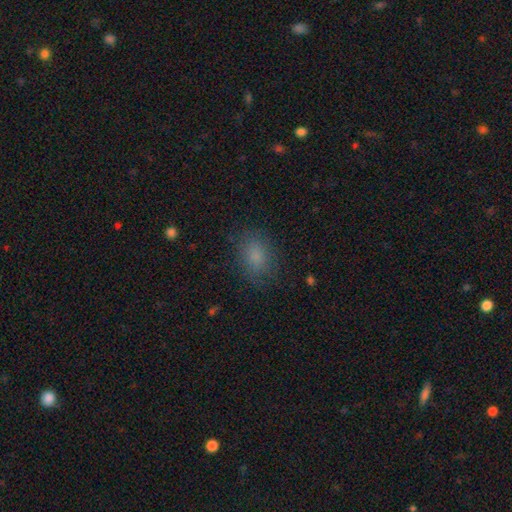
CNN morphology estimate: smooth 81%, star or artifact 12%, featured or disk 7%. Down the decision tree: how rounded — in between (70%); merging — none (80%).